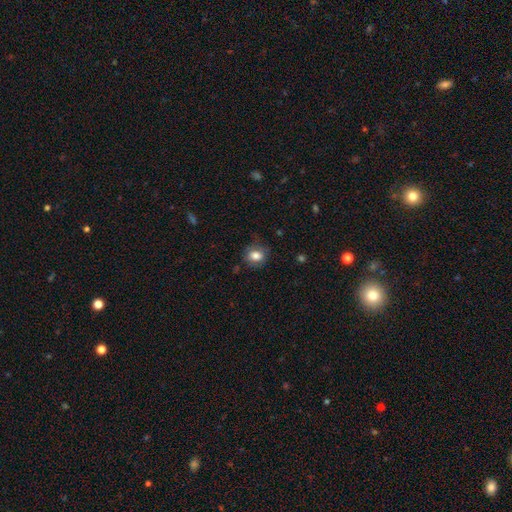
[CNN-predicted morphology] Smooth or featured? Predicted: smooth (p=0.80). How rounded? Predicted: round (p=0.53). Merging? Predicted: none (p=0.75).